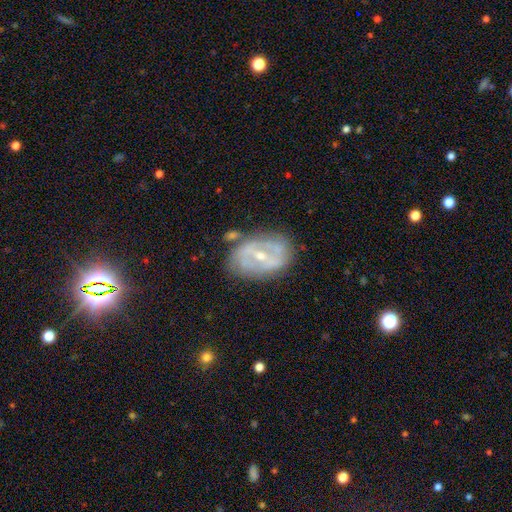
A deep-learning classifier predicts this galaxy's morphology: The model was most divided on "spiral winding": medium: 41%, tight: 39%, loose: 20%. Remaining: edge-on disk — no (95%); spiral arms — yes (82%); smooth or featured — featured or disk (74%); merging — none (73%); bulge size — small (66%); spiral arm count — 2 (57%); bar — weak (43%).